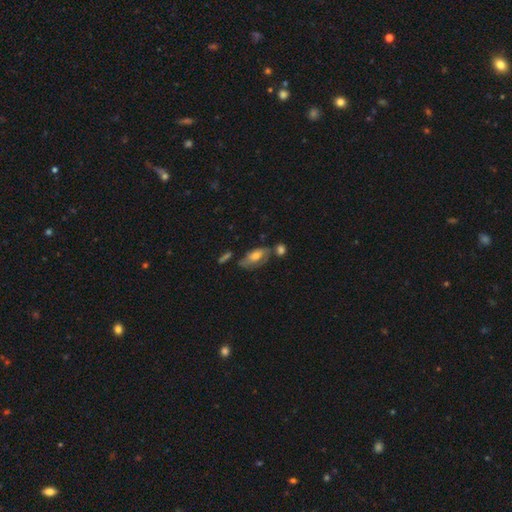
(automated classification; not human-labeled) smooth 46%, featured or disk 45%, star or artifact 10%. Down the decision tree: merging — none (51%).